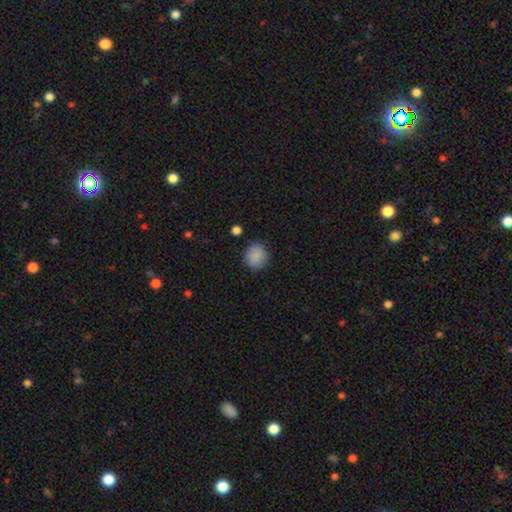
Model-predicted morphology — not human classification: smooth_or_featured: smooth (p=0.88) [alt: star or artifact p=0.08]
how_rounded: round (p=0.81) [alt: in between p=0.18]
merging: none (p=0.86) [alt: minor disturbance p=0.09]